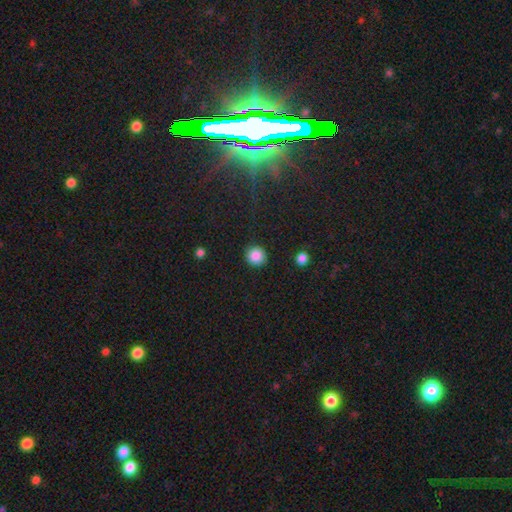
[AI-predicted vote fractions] A smooth galaxy with no disk features (86%) that is round (92%). Merging: none (90%).